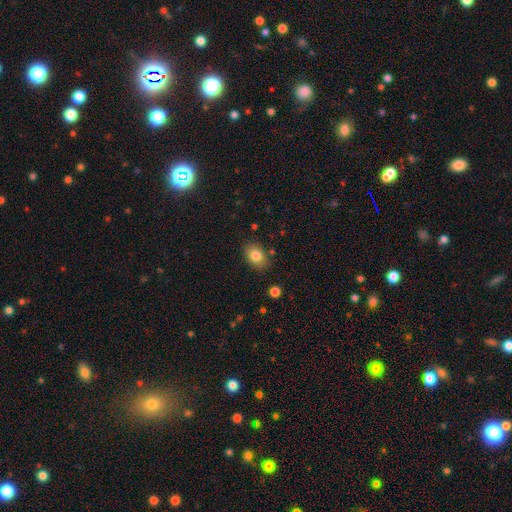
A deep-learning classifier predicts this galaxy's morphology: This appears to be a smooth galaxy with no disk features (81%) that is in between round and cigar-shaped (72%). Merging: none (82%).